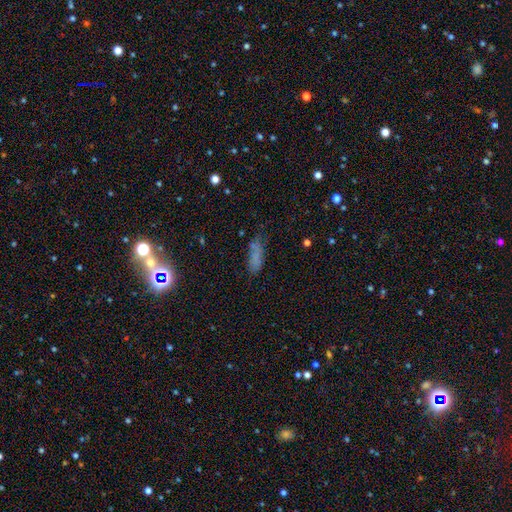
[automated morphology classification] A smooth galaxy with no disk features (64%) that is in between round and cigar-shaped (59%). Merging: none (54%).